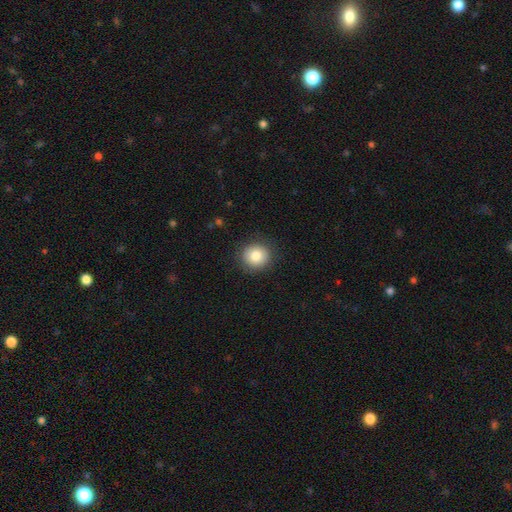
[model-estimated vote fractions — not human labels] A smooth galaxy with no disk features (82%) that is round (90%).

Vote fractions:
- Smooth or featured? smooth: 82% / star or artifact: 9% / featured or disk: 9%
- How rounded? round: 90% / in between: 9% / cigar-shaped: 1%
- Merging? none: 89% / minor disturbance: 7% / major disturbance: 2% / merger: 1%